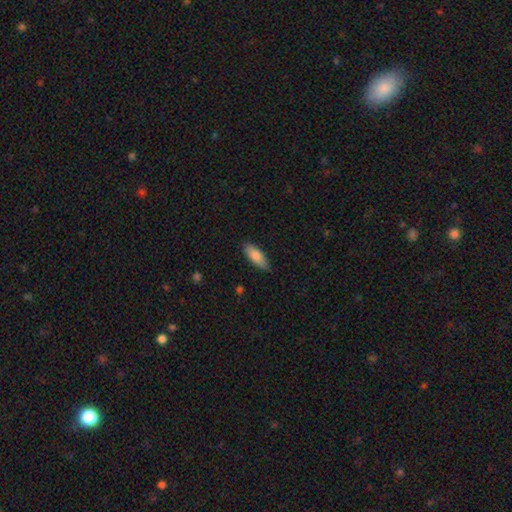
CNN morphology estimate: Overall: smooth (83%). How rounded: in between (73%). Merging: none (84%).